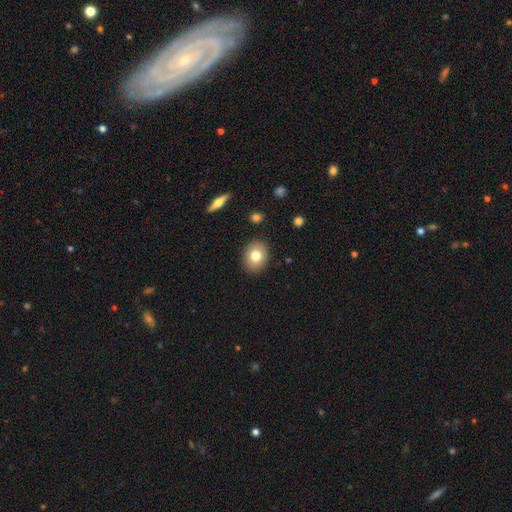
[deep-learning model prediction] smooth_or_featured: smooth (p=0.75) [alt: featured or disk p=0.16]
how_rounded: in between (p=0.52) [alt: round p=0.47]
merging: none (p=0.88) [alt: minor disturbance p=0.08]